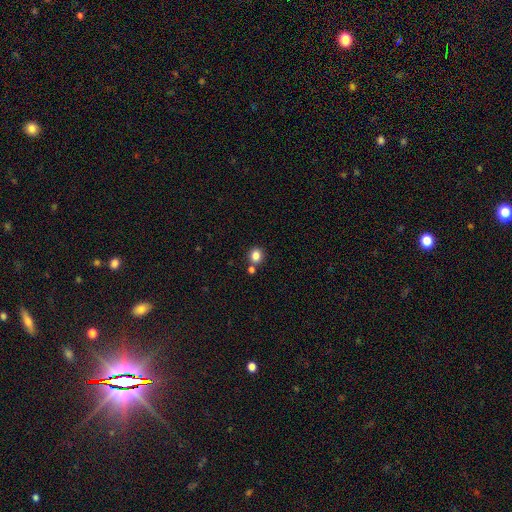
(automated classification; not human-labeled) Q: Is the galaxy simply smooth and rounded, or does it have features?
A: smooth — 84%.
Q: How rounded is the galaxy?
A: round — 74%.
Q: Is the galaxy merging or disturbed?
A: none — 71%.